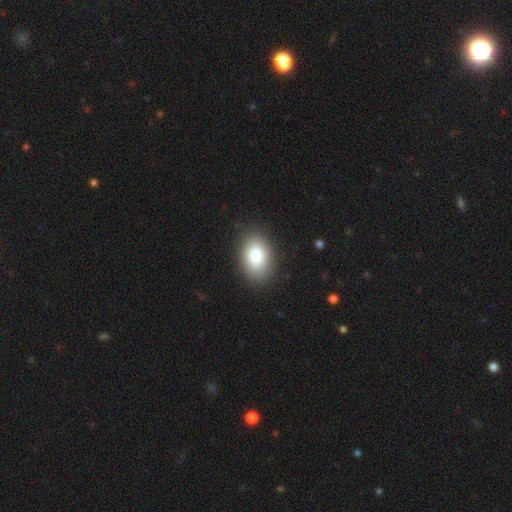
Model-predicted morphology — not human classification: smooth-or-featured: smooth: 84% | featured or disk: 9% | star or artifact: 7%
  how-rounded: in between: 89% | round: 9% | cigar-shaped: 1%
  merging: none: 87% | minor disturbance: 9% | major disturbance: 3% | merger: 1%